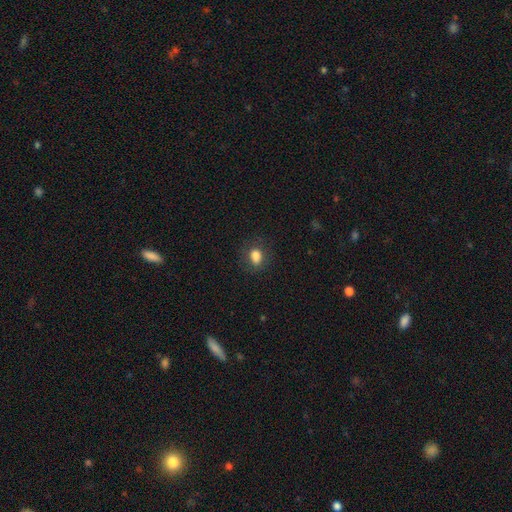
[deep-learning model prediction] smooth_or_featured: smooth (p=0.81) [alt: star or artifact p=0.11]
how_rounded: in between (p=0.64) [alt: round p=0.34]
merging: none (p=0.79) [alt: minor disturbance p=0.14]